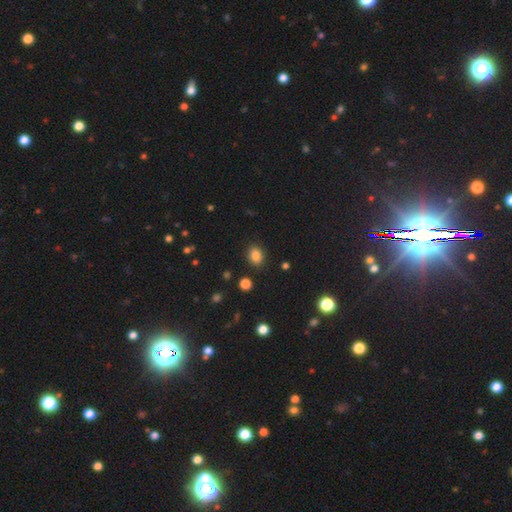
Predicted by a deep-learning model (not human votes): Morphology: type=smooth (84%); roundness=in between (59%); merging=none (87%).